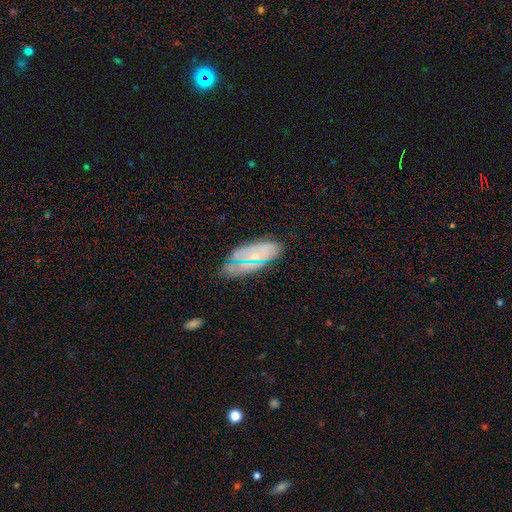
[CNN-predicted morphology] smooth 48%, featured or disk 37%, star or artifact 15%. Down the decision tree: merging — none (81%).